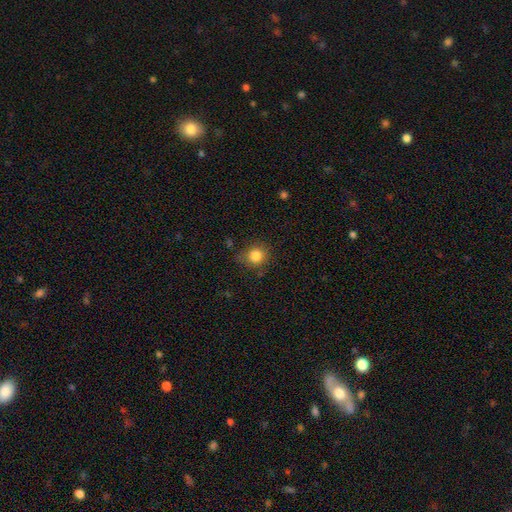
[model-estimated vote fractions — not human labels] A smooth galaxy with no disk features (84%) that is round (84%).

Vote fractions:
- Smooth or featured? smooth: 84% / star or artifact: 11% / featured or disk: 6%
- How rounded? round: 84% / in between: 15% / cigar-shaped: 1%
- Merging? none: 74% / minor disturbance: 18% / major disturbance: 5% / merger: 2%